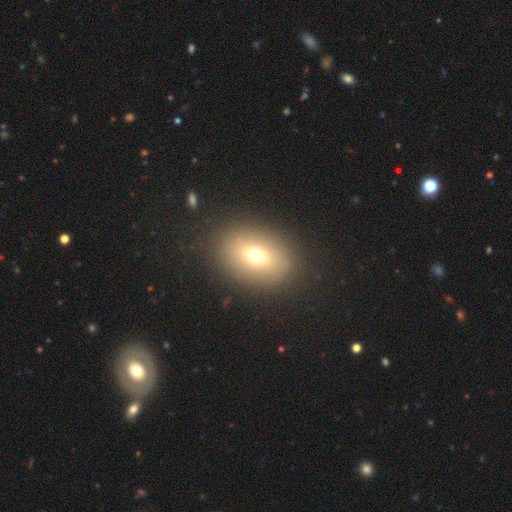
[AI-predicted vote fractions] Morphology: type=smooth (68%); roundness=in between (71%); merging=none (87%).